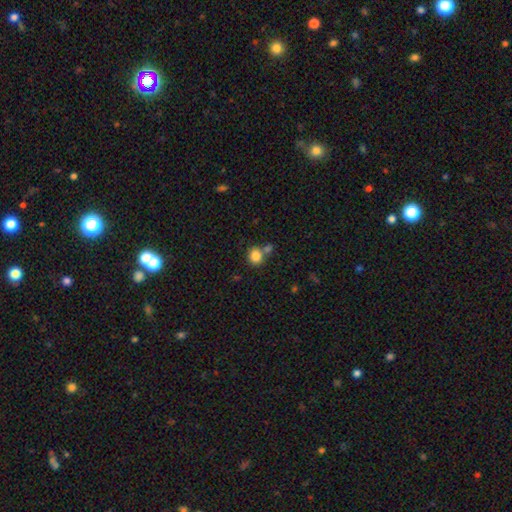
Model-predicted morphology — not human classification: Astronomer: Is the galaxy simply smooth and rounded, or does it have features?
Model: smooth — 85%.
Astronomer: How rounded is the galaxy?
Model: round — 74%.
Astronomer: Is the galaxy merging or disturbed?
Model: none — 61%.